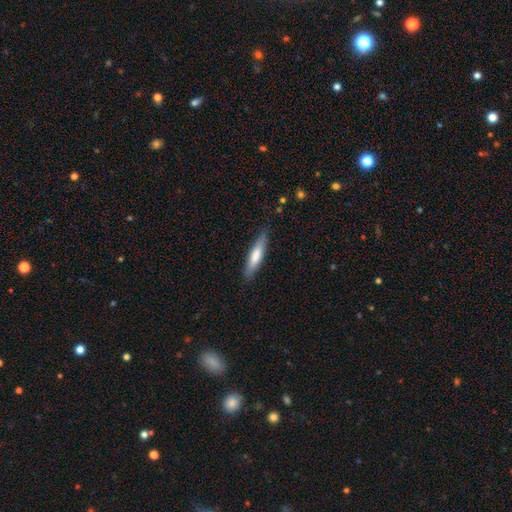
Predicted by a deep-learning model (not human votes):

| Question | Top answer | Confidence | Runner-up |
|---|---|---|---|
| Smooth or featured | smooth | 71% | featured or disk (24%) |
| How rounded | cigar-shaped | 79% | in between (20%) |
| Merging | none | 83% | minor disturbance (13%) |